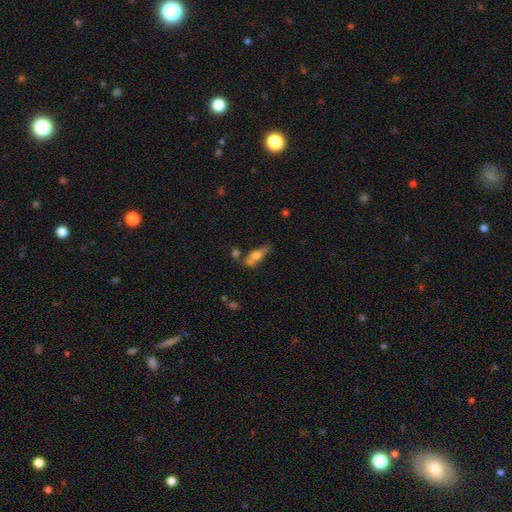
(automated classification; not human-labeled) Smooth or featured? smooth (61%)
How rounded? in between (53%)
Merging? none (47%)